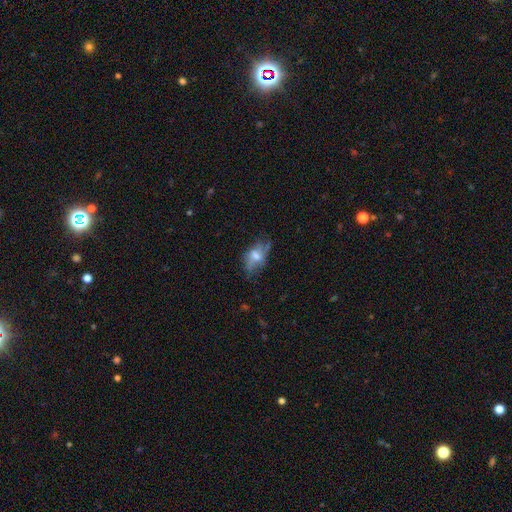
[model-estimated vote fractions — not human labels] smooth-or-featured: smooth: 47% | featured or disk: 42% | star or artifact: 10%
  merging: none: 47% | minor disturbance: 29% | major disturbance: 21% | merger: 2%